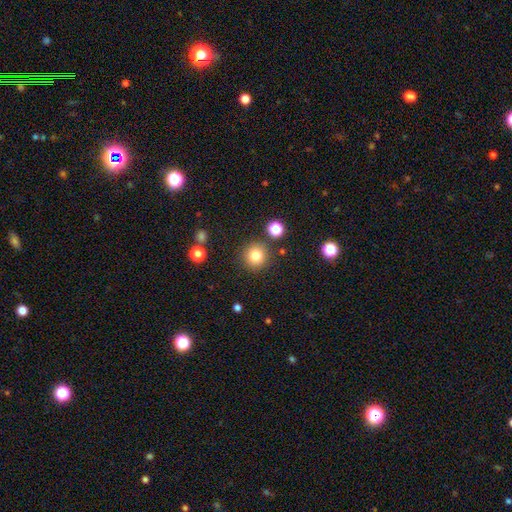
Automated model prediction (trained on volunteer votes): Smooth or featured: smooth — 80% (star or artifact — 12%)
How rounded: round — 93% (in between — 6%)
Merging: none — 86% (minor disturbance — 7%)